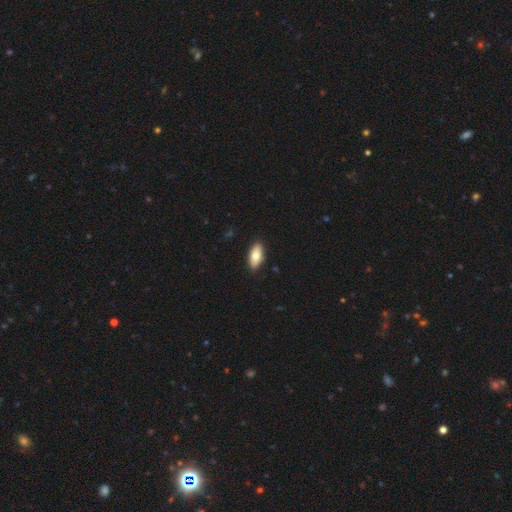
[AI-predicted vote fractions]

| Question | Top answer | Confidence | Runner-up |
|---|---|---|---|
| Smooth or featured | smooth | 78% | featured or disk (17%) |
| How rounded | in between | 85% | cigar-shaped (13%) |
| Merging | none | 89% | minor disturbance (9%) |